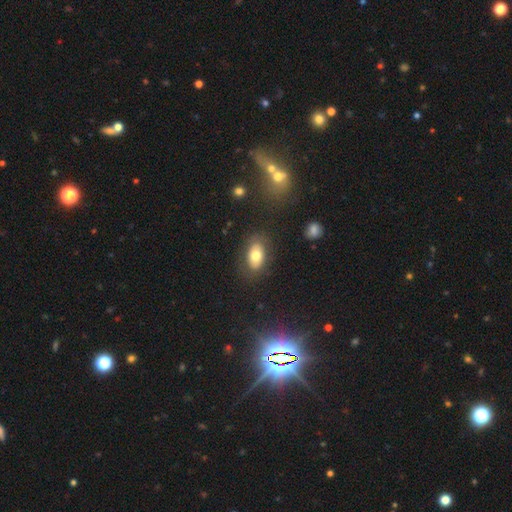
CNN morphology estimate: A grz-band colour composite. It shows a smooth galaxy with no disk features (72%) that is in between round and cigar-shaped (90%). Merging: none (80%).